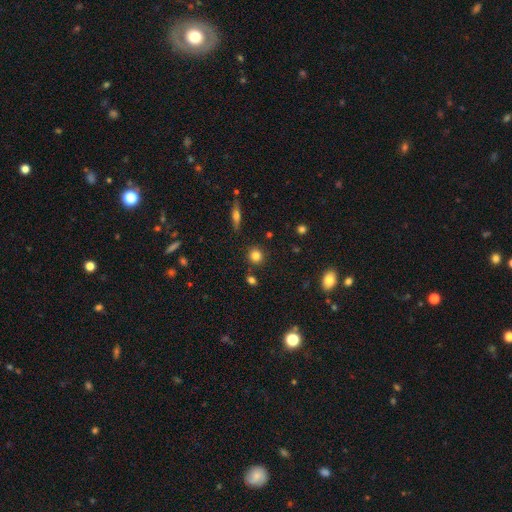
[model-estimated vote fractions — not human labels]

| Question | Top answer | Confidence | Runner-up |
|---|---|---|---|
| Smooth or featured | smooth | 81% | star or artifact (12%) |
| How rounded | round | 89% | in between (10%) |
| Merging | none | 84% | minor disturbance (8%) |